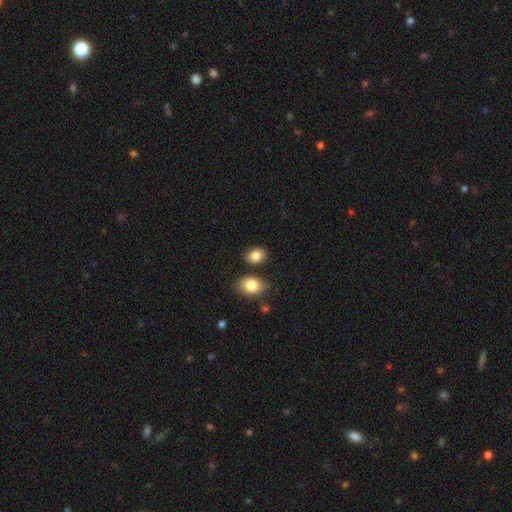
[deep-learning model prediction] Smooth or featured: smooth — 84% (star or artifact — 9%)
How rounded: in between — 70% (round — 29%)
Merging: none — 77% (minor disturbance — 11%)